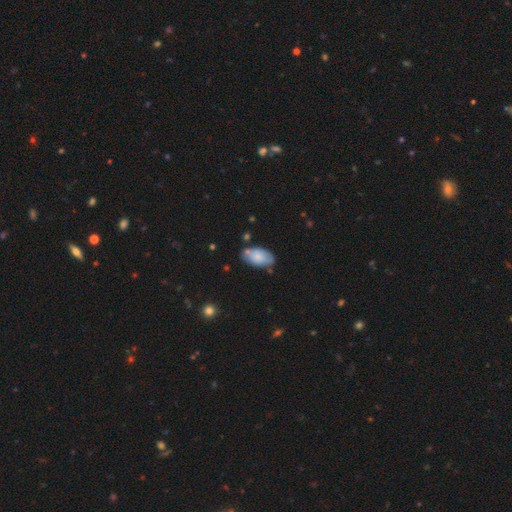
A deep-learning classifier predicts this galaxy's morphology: Overall: smooth (76%). How rounded: in between (94%). Merging: none (65%).